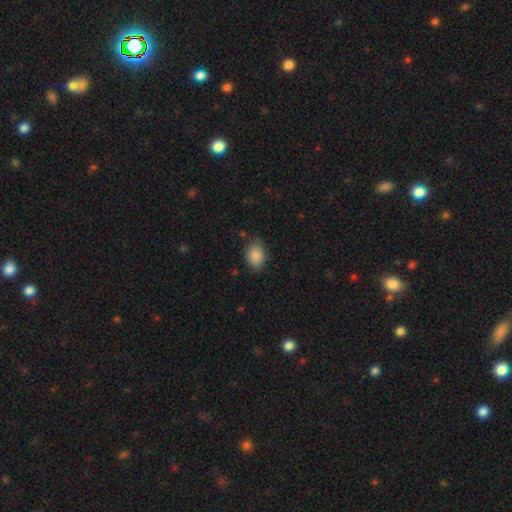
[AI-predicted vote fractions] This appears to be a smooth galaxy with no disk features (88%) that is in between round and cigar-shaped (76%). Merging: none (77%).